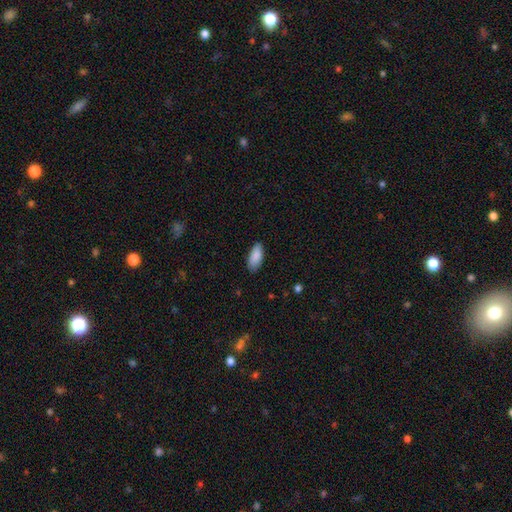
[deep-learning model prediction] Q: Smooth or featured?
A: smooth (89%); runner-up: star or artifact (6%)
Q: How rounded?
A: in between (87%); runner-up: cigar-shaped (12%)
Q: Merging?
A: none (84%); runner-up: minor disturbance (13%)